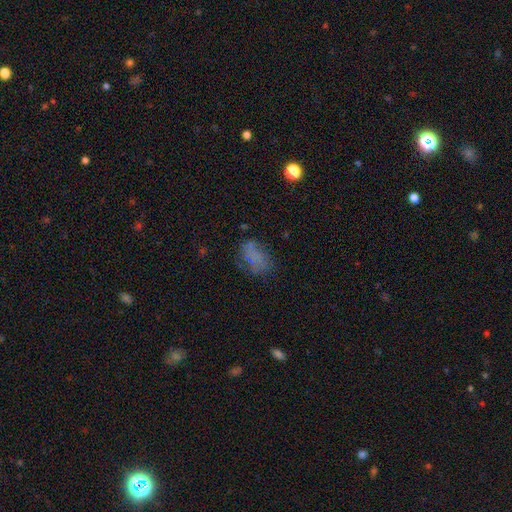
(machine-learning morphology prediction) The model was most divided on "merging": none: 56%, minor disturbance: 23%, major disturbance: 18%, merger: 3%. More confident: how rounded — in between (84%); smooth or featured — smooth (59%).